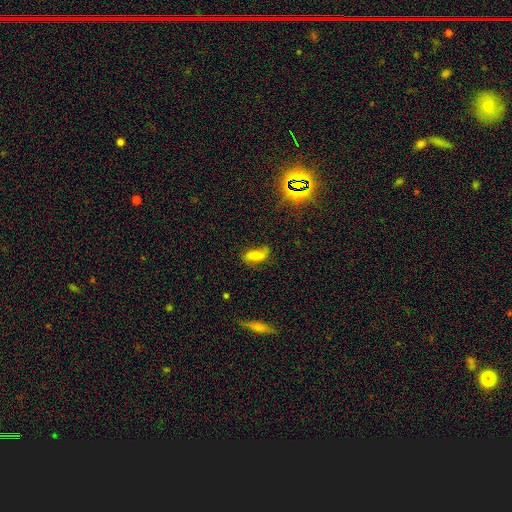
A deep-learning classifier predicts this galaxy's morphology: Q: Smooth or featured?
A: smooth (49%); runner-up: featured or disk (38%)
Q: Merging?
A: none (59%); runner-up: minor disturbance (27%)